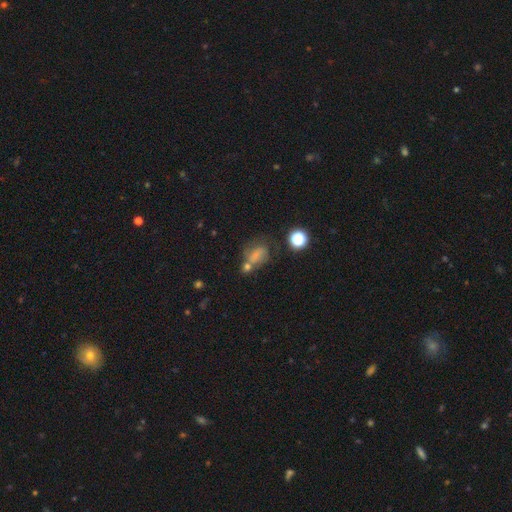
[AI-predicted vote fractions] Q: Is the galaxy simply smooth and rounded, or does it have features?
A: smooth — 57%.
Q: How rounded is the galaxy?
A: in between — 65%.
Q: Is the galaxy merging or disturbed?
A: none — 36%.